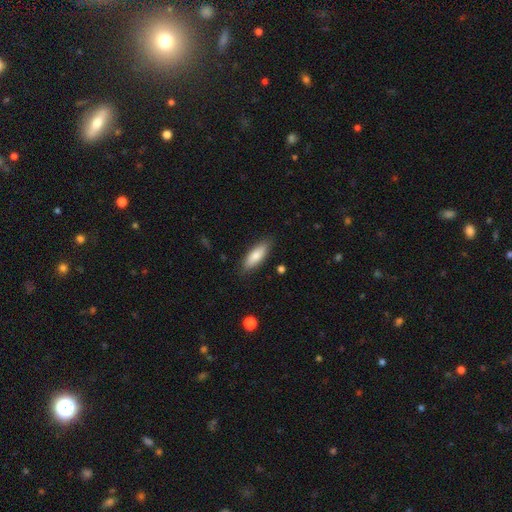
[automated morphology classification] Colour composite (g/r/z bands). It shows a smooth galaxy with no disk features (80%) that is in between round and cigar-shaped (63%). Merging: none (85%).